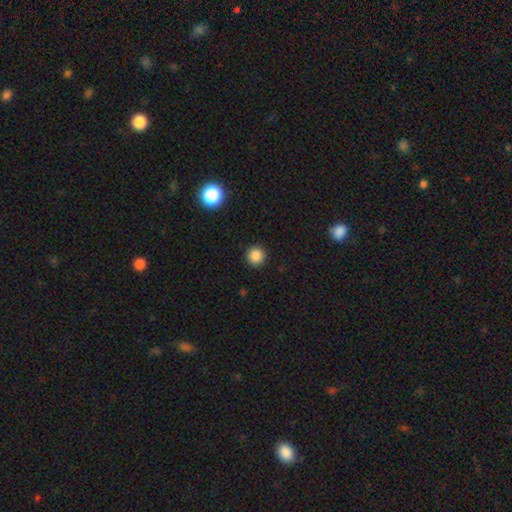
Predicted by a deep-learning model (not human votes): Morphology: type=smooth (86%); roundness=round (95%); merging=none (92%).